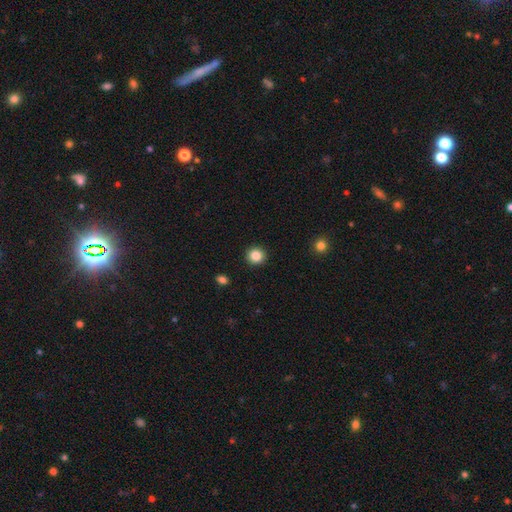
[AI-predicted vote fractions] smooth_or_featured: smooth (p=0.85) [alt: star or artifact p=0.10]
how_rounded: round (p=0.93) [alt: in between p=0.06]
merging: none (p=0.93) [alt: minor disturbance p=0.05]